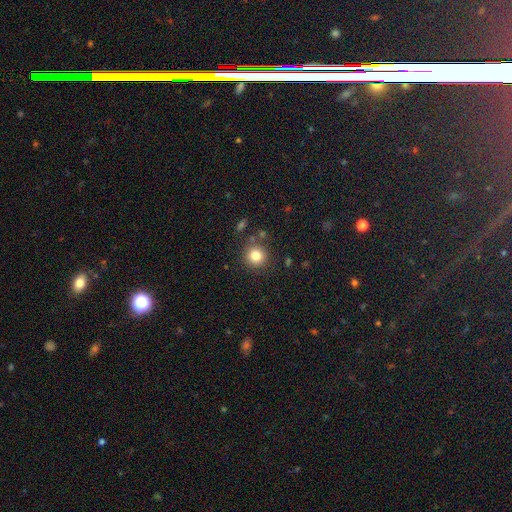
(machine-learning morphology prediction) smooth-or-featured: smooth: 82% | star or artifact: 12% | featured or disk: 7%
  how-rounded: round: 93% | in between: 6% | cigar-shaped: 1%
  merging: none: 84% | minor disturbance: 8% | merger: 4% | major disturbance: 3%